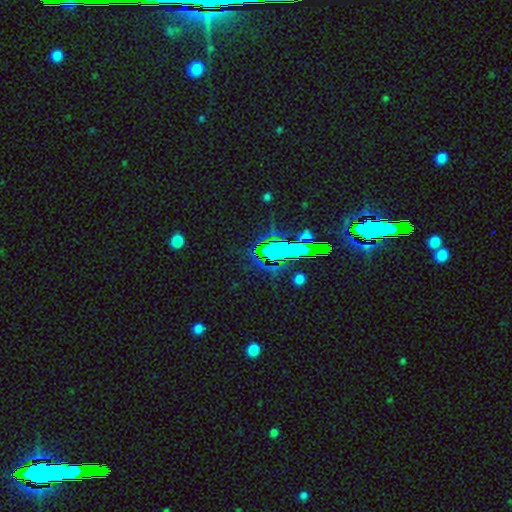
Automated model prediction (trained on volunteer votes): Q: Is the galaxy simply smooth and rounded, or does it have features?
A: star or artifact — 74%.